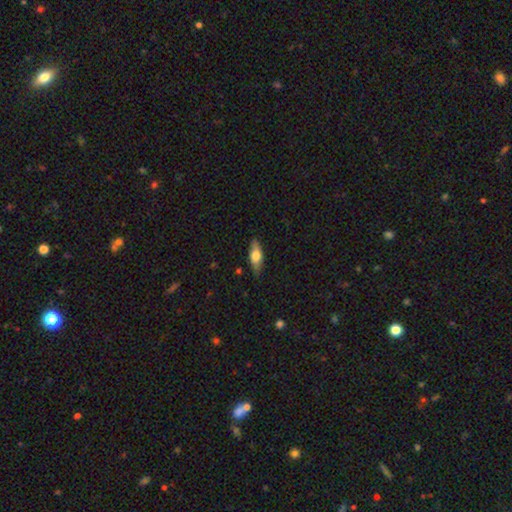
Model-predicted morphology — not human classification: Overall: smooth (61%; featured or disk 33%). How rounded: in between (66%; cigar-shaped 31%). Merging: none (84%).